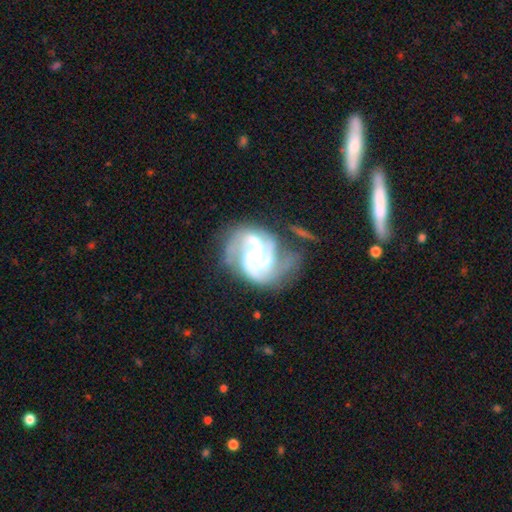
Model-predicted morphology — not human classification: Smooth or featured?
  - featured or disk: 88% *
  - smooth: 6%
  - star or artifact: 6%
Edge-on disk?
  - no: 98% *
  - yes: 2%
Bar?
  - no: 56% *
  - weak: 33%
  - strong: 11%
Spiral arms?
  - yes: 96% *
  - no: 4%
Spiral winding?
  - medium: 46% *
  - tight: 41%
  - loose: 12%
Spiral arm count?
  - 2: 41% *
  - 3: 33%
  - can't tell: 13%
  - 4: 6%
  - 1: 4%
  - more than 4: 3%
Bulge size?
  - moderate: 50% *
  - small: 42%
  - large: 4%
  - none: 3%
  - dominant: 1%
Merging?
  - none: 43% *
  - major disturbance: 23%
  - minor disturbance: 23%
  - merger: 12%